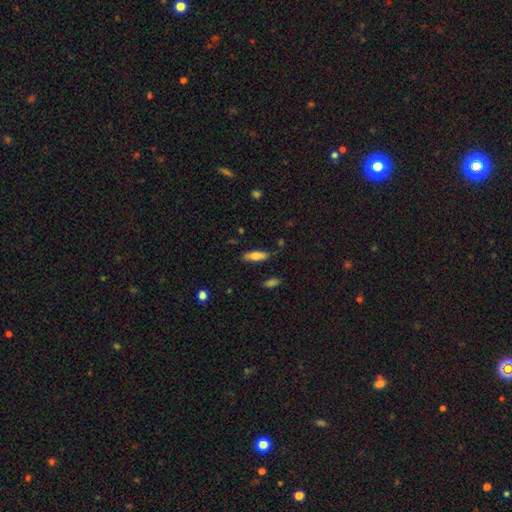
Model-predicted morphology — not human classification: Smooth or featured?
  - smooth: 73% *
  - featured or disk: 20%
  - star or artifact: 7%
How rounded?
  - in between: 60% *
  - cigar-shaped: 38%
  - round: 2%
Merging?
  - none: 81% *
  - minor disturbance: 14%
  - major disturbance: 3%
  - merger: 2%